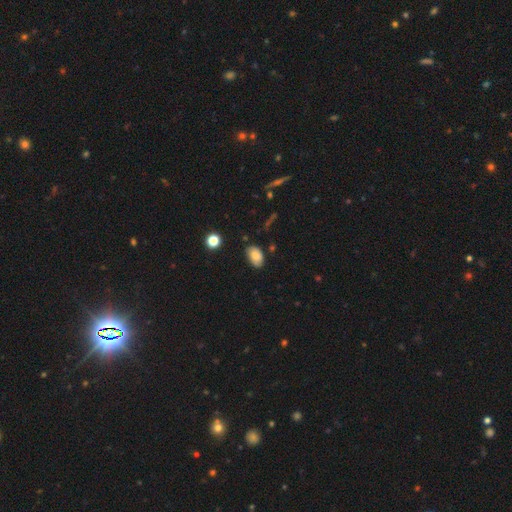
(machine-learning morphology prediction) Smooth or featured?
  - smooth: 81% *
  - featured or disk: 10%
  - star or artifact: 9%
How rounded?
  - in between: 90% *
  - round: 8%
  - cigar-shaped: 1%
Merging?
  - none: 74% *
  - minor disturbance: 20%
  - major disturbance: 3%
  - merger: 2%